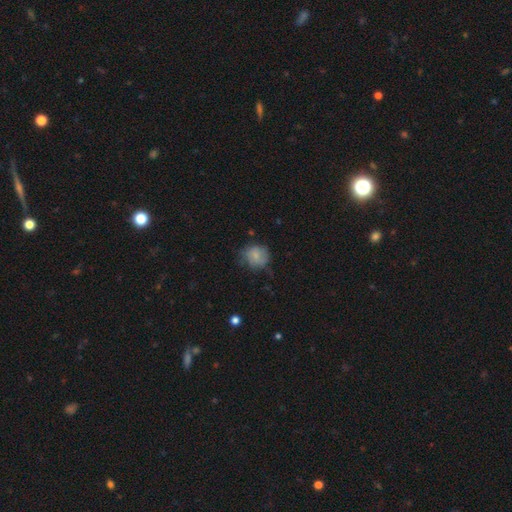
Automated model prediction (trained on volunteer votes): This appears to be a smooth galaxy with no disk features (74%) that is round (78%). Merging: none (57%).